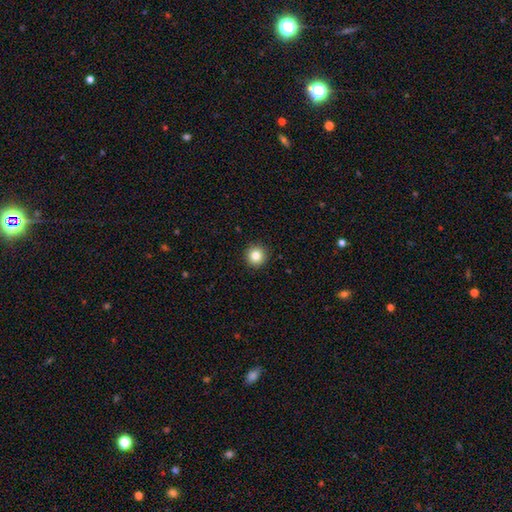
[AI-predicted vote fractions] A smooth galaxy with no disk features (82%) that is round (96%). Merging: none (93%).